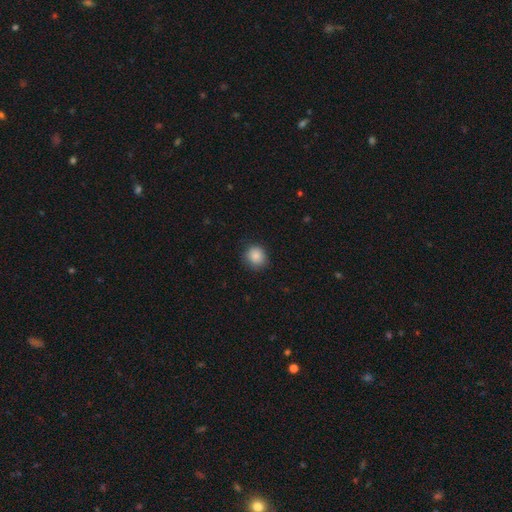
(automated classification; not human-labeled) Smooth or featured: smooth — 87% (star or artifact — 9%)
How rounded: round — 84% (in between — 15%)
Merging: none — 83% (minor disturbance — 13%)